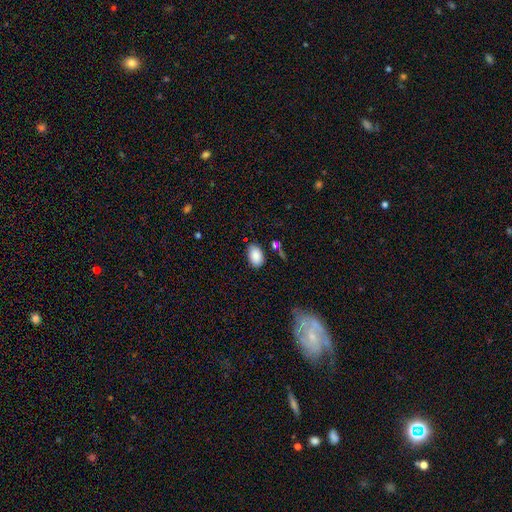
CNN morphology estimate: type=smooth (88%); roundness=in between (90%); merging=none (79%).